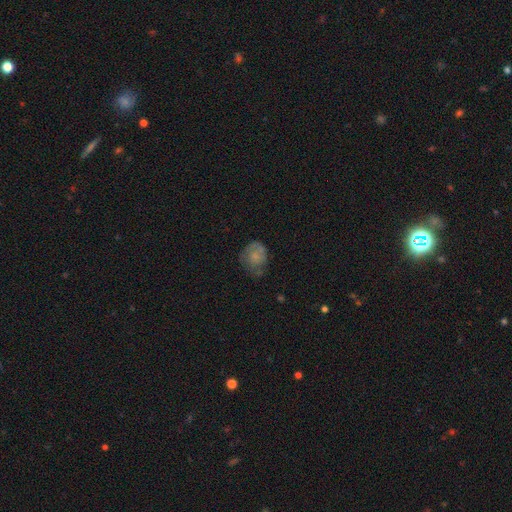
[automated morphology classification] Smooth or featured: smooth — 54% (featured or disk — 36%)
How rounded: round — 59% (in between — 40%)
Merging: none — 47% (minor disturbance — 31%)